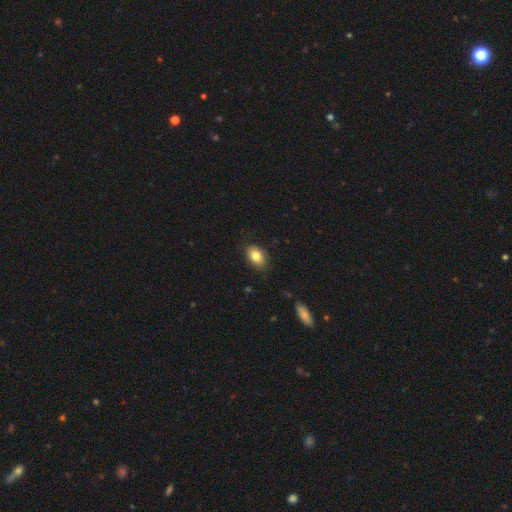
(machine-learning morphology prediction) smooth 82%, featured or disk 10%, star or artifact 8%. Down the decision tree: how rounded — in between (84%); merging — none (83%).